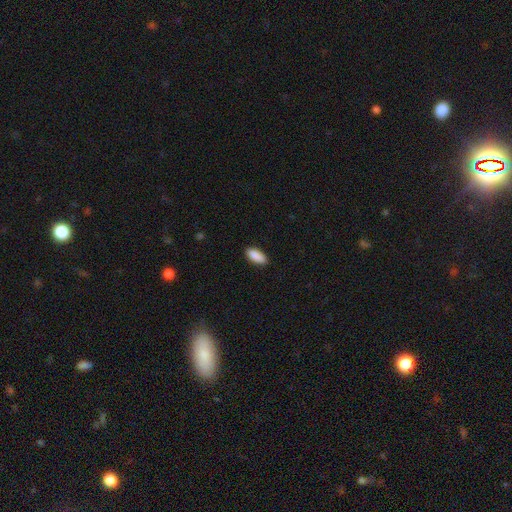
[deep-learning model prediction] Morphology: type=smooth (90%); roundness=in between (84%); merging=none (86%).